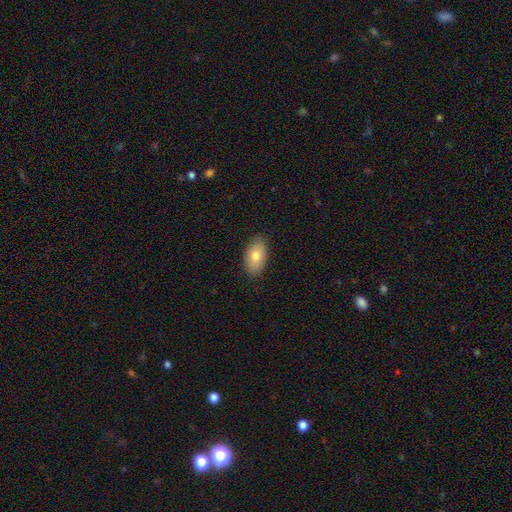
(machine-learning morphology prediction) Smooth or featured? smooth (77%)
How rounded? in between (92%)
Merging? none (88%)